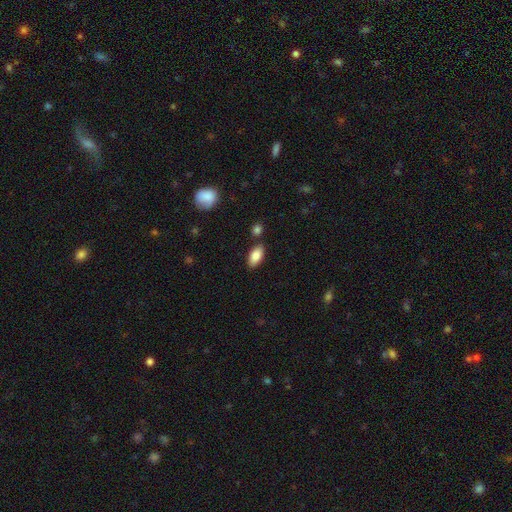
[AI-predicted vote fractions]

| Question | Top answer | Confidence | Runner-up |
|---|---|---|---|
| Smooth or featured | smooth | 85% | featured or disk (8%) |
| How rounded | in between | 91% | cigar-shaped (6%) |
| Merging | none | 82% | minor disturbance (11%) |